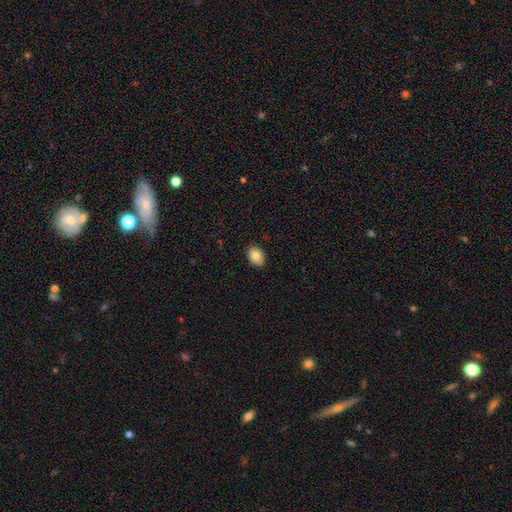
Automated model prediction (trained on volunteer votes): Morphology: type=smooth (82%); roundness=in between (76%); merging=none (90%).